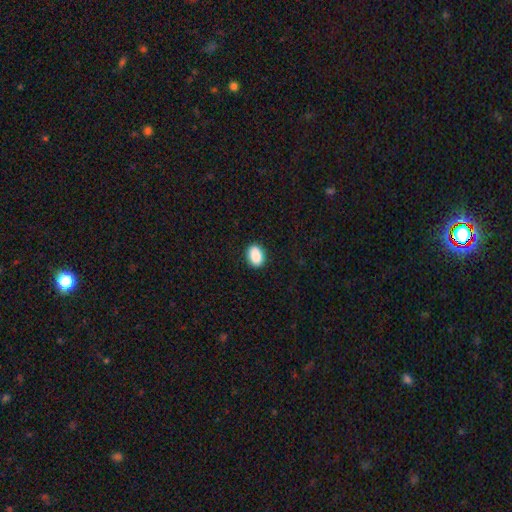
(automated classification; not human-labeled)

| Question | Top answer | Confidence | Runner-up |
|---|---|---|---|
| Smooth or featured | smooth | 89% | star or artifact (8%) |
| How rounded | in between | 81% | round (17%) |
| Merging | none | 88% | minor disturbance (9%) |